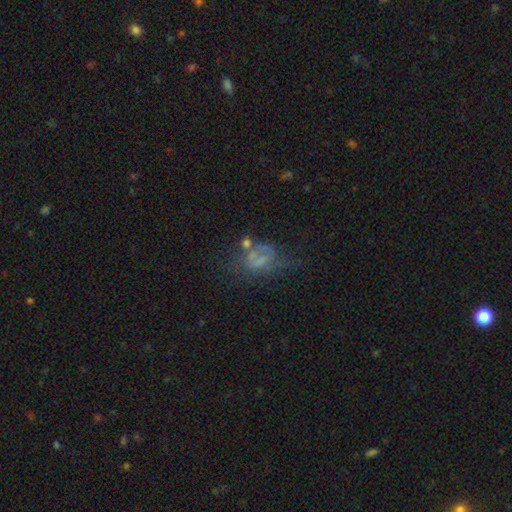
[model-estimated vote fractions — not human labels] Smooth or featured? Predicted: featured or disk (p=0.42). Merging? Predicted: none (p=0.35).